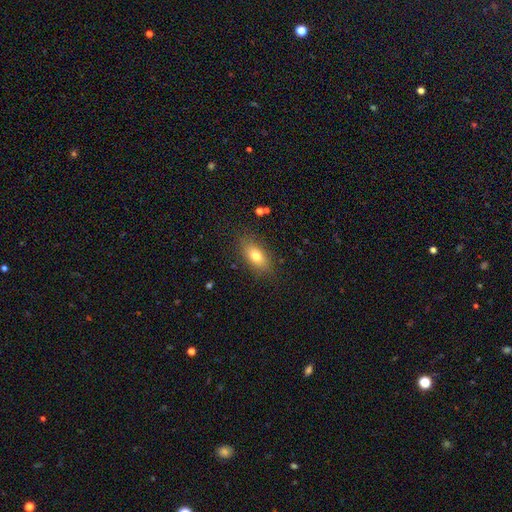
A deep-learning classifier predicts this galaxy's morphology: Smooth or featured? Predicted: smooth (p=0.75). How rounded? Predicted: in between (p=0.83). Merging? Predicted: none (p=0.84).